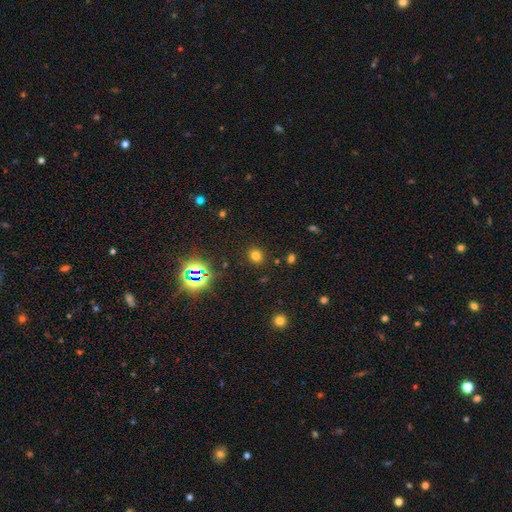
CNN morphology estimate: Smooth or featured: smooth — 71% (star or artifact — 22%)
How rounded: round — 73% (in between — 26%)
Merging: none — 88% (minor disturbance — 7%)